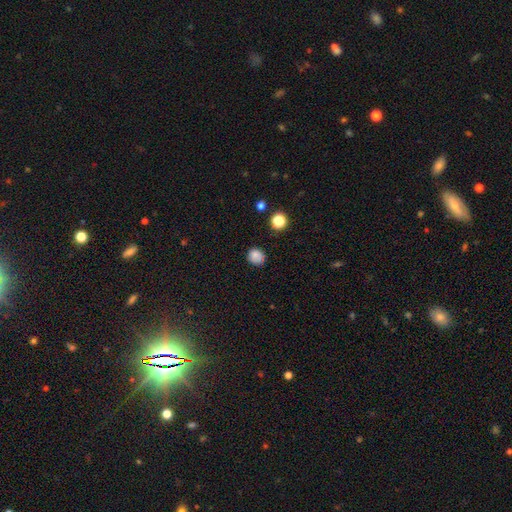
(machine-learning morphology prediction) This appears to be a smooth galaxy with no disk features (83%) that is round (79%). Merging: none (79%).